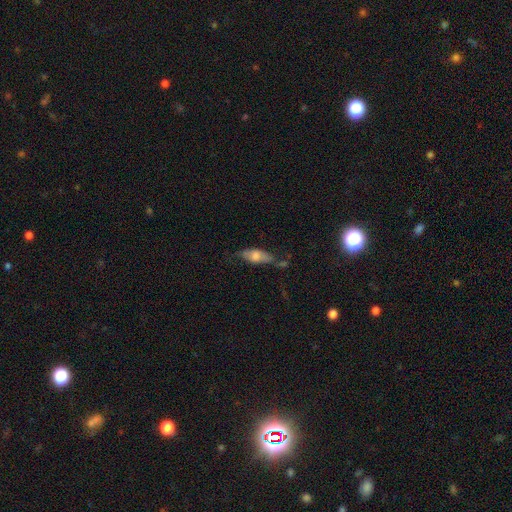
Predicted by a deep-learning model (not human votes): This is possibly a smooth galaxy (53%). How rounded: likely in between (68%). Merging: possibly none (49%).